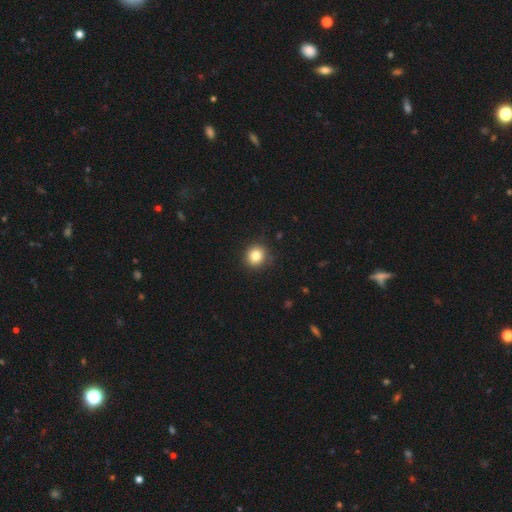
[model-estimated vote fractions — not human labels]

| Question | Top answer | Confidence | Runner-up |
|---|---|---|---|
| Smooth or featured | smooth | 83% | star or artifact (11%) |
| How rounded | round | 88% | in between (11%) |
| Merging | none | 89% | minor disturbance (8%) |